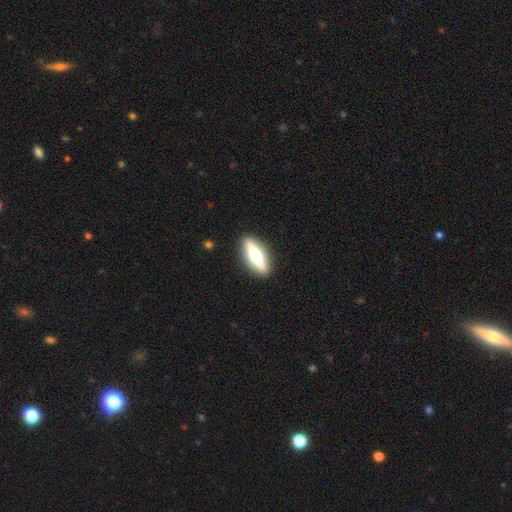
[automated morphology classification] Smooth or featured?
  - featured or disk: 63% *
  - smooth: 32%
  - star or artifact: 6%
Edge-on disk?
  - yes: 91% *
  - no: 9%
Edge-on bulge?
  - rounded: 95% *
  - boxy: 3%
  - none: 2%
Merging?
  - none: 90% *
  - minor disturbance: 6%
  - major disturbance: 2%
  - merger: 1%